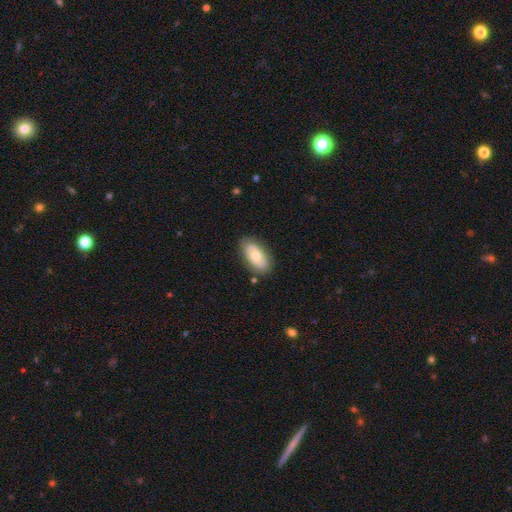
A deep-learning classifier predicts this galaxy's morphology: A smooth galaxy with no disk features (60%) that is in between round and cigar-shaped (93%).

Vote fractions:
- Smooth or featured? smooth: 60% / featured or disk: 34% / star or artifact: 6%
- How rounded? in between: 93% / round: 5% / cigar-shaped: 3%
- Merging? none: 80% / minor disturbance: 14% / major disturbance: 4% / merger: 2%